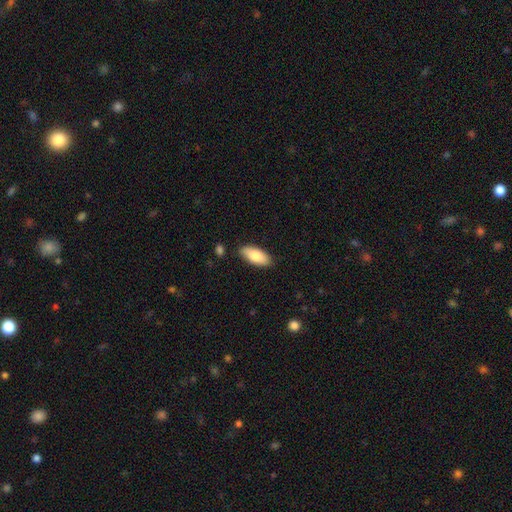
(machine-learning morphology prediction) smooth-or-featured: smooth: 80% | featured or disk: 14% | star or artifact: 6%
  how-rounded: in between: 86% | cigar-shaped: 12% | round: 2%
  merging: none: 86% | minor disturbance: 10% | major disturbance: 2% | merger: 2%